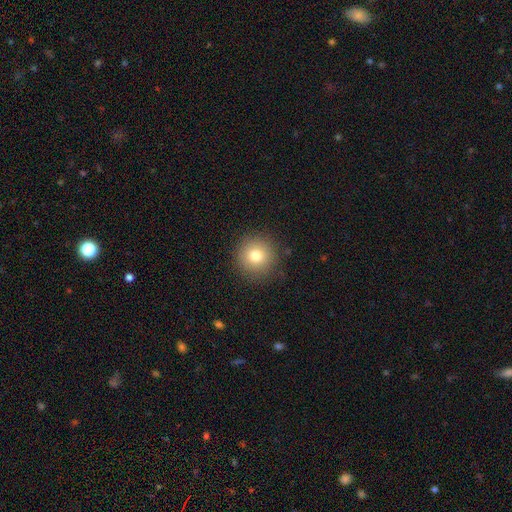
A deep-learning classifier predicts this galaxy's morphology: The model was most divided on "smooth or featured": smooth: 79%, star or artifact: 12%, featured or disk: 10%. More confident: how rounded — round (94%); merging — none (89%).